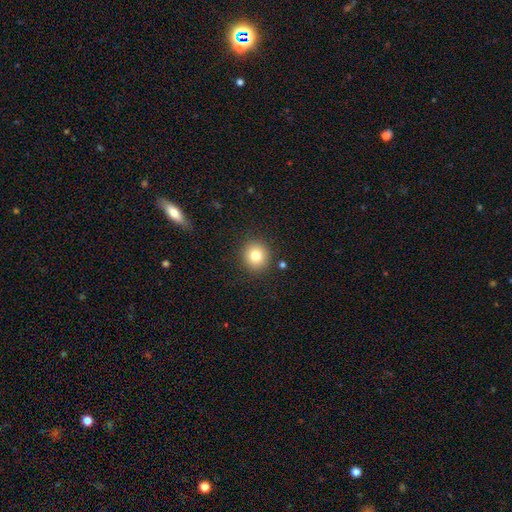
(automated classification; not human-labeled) Morphology: type=smooth (80%); roundness=round (91%); merging=none (89%).